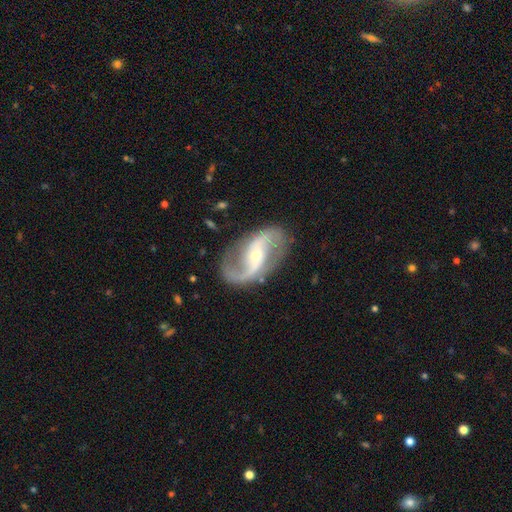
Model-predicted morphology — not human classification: Smooth or featured: featured or disk — 91% (smooth — 5%)
Edge-on disk: no — 97% (yes — 3%)
Bar: no — 35% (tied with weak — 35%)
Spiral arms: yes — 97% (no — 3%)
Spiral winding: loose — 59% (medium — 33%)
Spiral arm count: 2 — 91% (1 — 4%)
Bulge size: small — 64% (moderate — 32%)
Merging: none — 80% (minor disturbance — 13%)